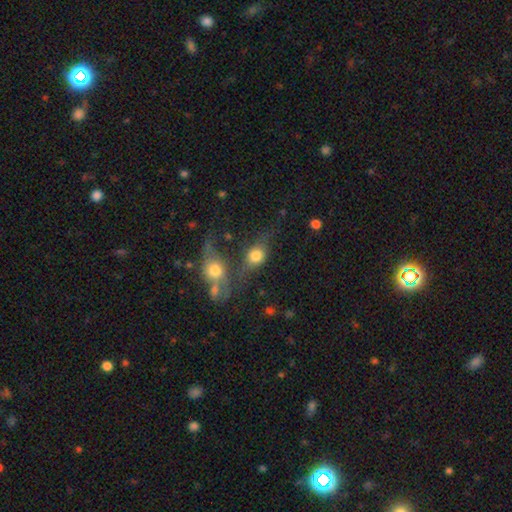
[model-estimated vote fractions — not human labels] Q: Smooth or featured?
A: smooth (66%); runner-up: featured or disk (22%)
Q: How rounded?
A: round (50%); runner-up: in between (45%)
Q: Merging?
A: merger (39%); runner-up: none (36%)